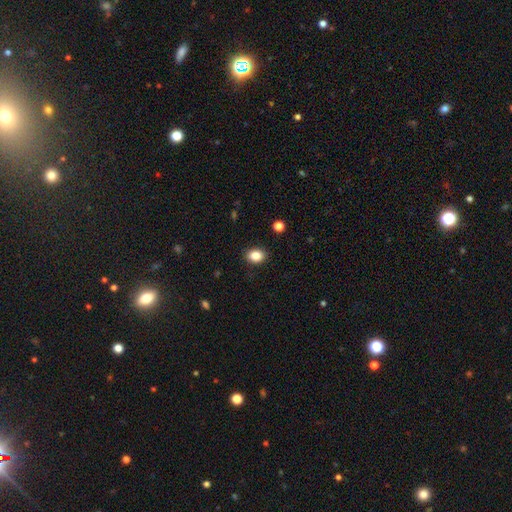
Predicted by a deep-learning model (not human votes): A smooth galaxy with no disk features (85%) that is in between round and cigar-shaped (61%). Merging: none (89%).